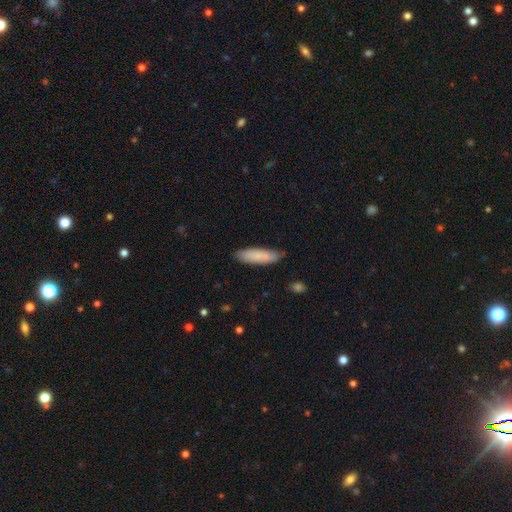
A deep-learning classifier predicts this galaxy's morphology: Smooth or featured?
  - smooth: 79% *
  - featured or disk: 15%
  - star or artifact: 6%
How rounded?
  - cigar-shaped: 52% *
  - in between: 47%
  - round: 2%
Merging?
  - none: 78% *
  - minor disturbance: 16%
  - major disturbance: 3%
  - merger: 3%